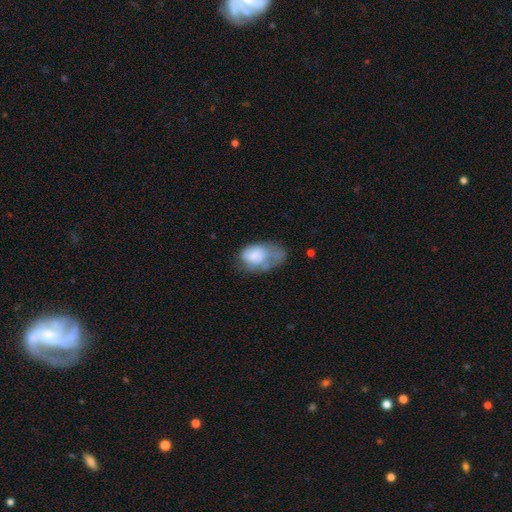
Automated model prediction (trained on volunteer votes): Q: Smooth or featured?
A: smooth (63%); runner-up: featured or disk (30%)
Q: How rounded?
A: in between (87%); runner-up: round (11%)
Q: Merging?
A: major disturbance (40%); runner-up: minor disturbance (31%)